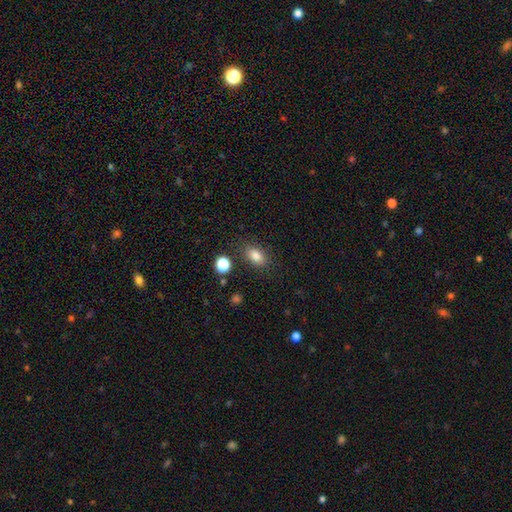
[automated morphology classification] smooth-or-featured: smooth: 82% | star or artifact: 11% | featured or disk: 7%
  how-rounded: in between: 83% | round: 14% | cigar-shaped: 3%
  merging: none: 83% | minor disturbance: 11% | major disturbance: 3% | merger: 3%